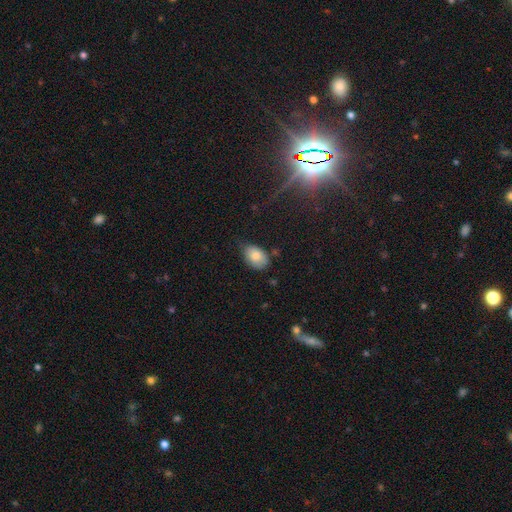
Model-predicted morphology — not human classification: A smooth galaxy with no disk features (81%) that is in between round and cigar-shaped (85%).

Vote fractions:
- Smooth or featured? smooth: 81% / featured or disk: 11% / star or artifact: 8%
- How rounded? in between: 85% / round: 14% / cigar-shaped: 1%
- Merging? none: 53% / minor disturbance: 37% / major disturbance: 7% / merger: 3%